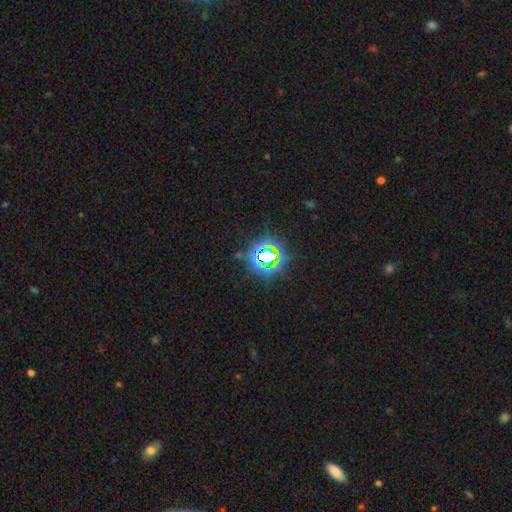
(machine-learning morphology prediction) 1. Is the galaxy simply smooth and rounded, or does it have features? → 73% star or artifact, 17% smooth, 10% featured or disk.